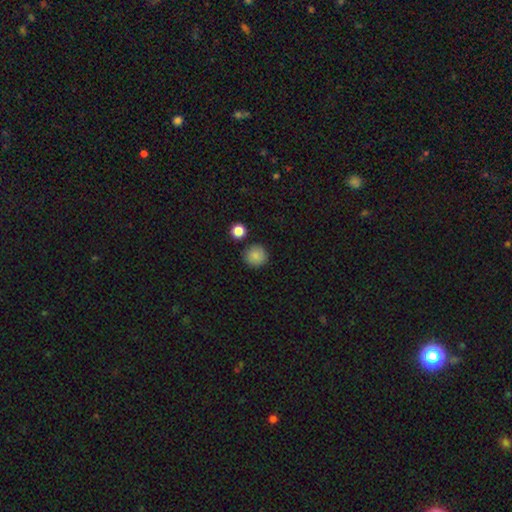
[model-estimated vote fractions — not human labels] Morphology: type=smooth (85%); roundness=round (94%); merging=none (87%).